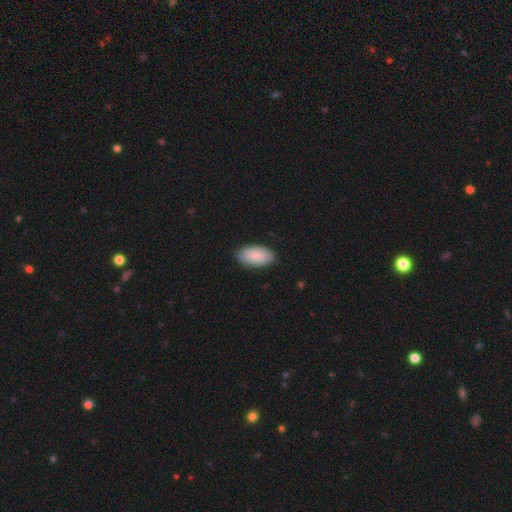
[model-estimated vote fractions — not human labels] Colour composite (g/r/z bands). It shows a smooth galaxy with no disk features (84%) that is in between round and cigar-shaped (95%). Merging: none (84%).